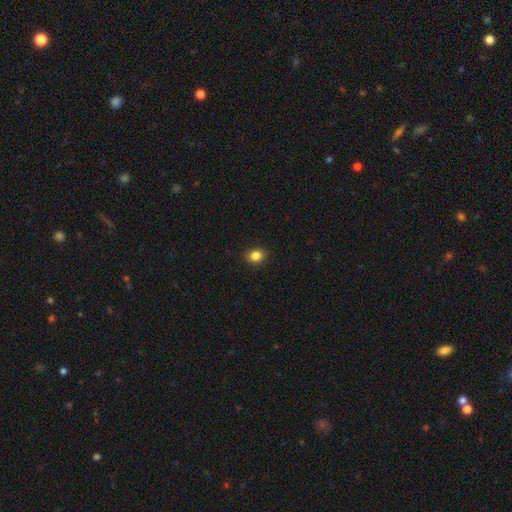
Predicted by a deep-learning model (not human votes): smooth-or-featured: smooth: 84% | star or artifact: 11% | featured or disk: 5%
  how-rounded: round: 62% | in between: 37% | cigar-shaped: 1%
  merging: none: 89% | minor disturbance: 8% | major disturbance: 2% | merger: 1%